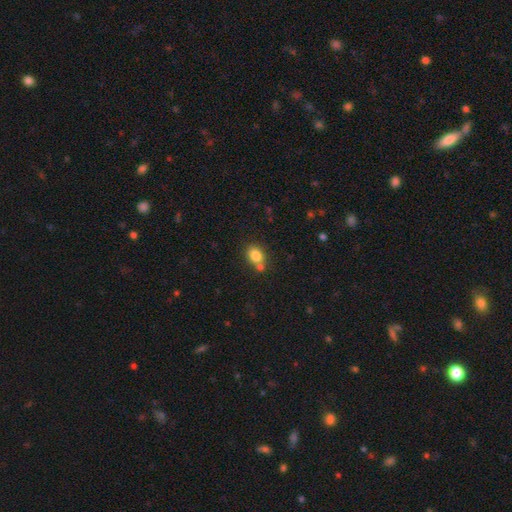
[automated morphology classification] Overall: smooth (81%). How rounded: round (56%; in between 43%). Merging: none (61%; merger 25%).